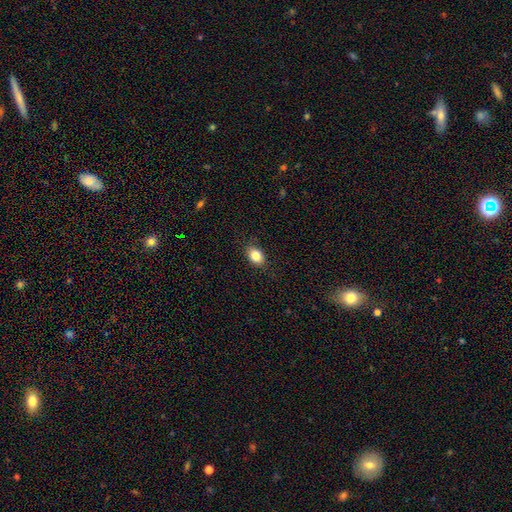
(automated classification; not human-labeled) smooth-or-featured: smooth: 84% | star or artifact: 9% | featured or disk: 7%
  how-rounded: in between: 75% | round: 24% | cigar-shaped: 1%
  merging: none: 85% | minor disturbance: 11% | major disturbance: 3% | merger: 1%